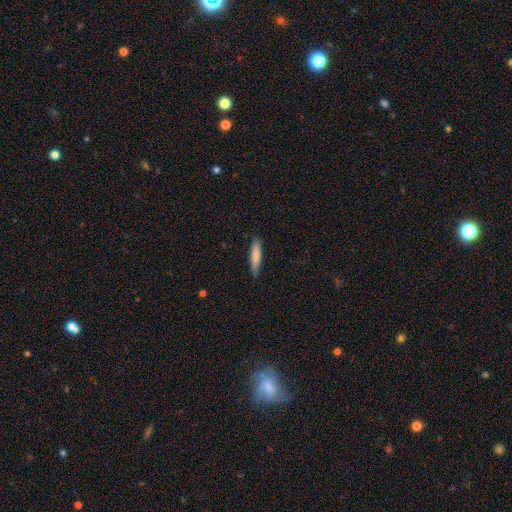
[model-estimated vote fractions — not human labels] This is likely a smooth galaxy (78%). How rounded: clearly cigar-shaped (89%). Merging: clearly none (85%).